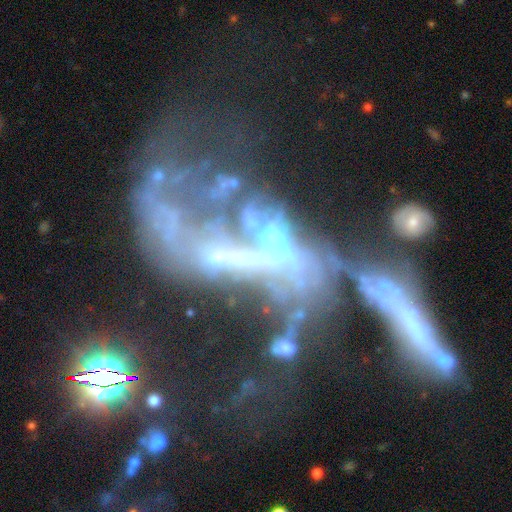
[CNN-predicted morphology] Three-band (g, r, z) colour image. It shows a featured or disk galaxy (73%) with no bar (61%), spiral arms (57%) and a small central bulge (36%). Merging: merger (58%).